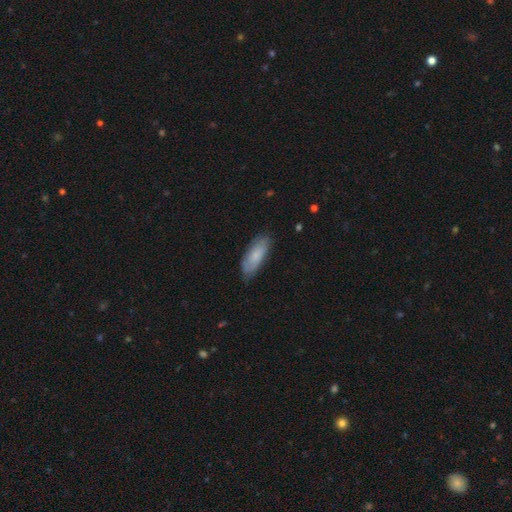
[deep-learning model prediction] smooth_or_featured: smooth (p=0.74) [alt: featured or disk p=0.20]
how_rounded: in between (p=0.72) [alt: cigar-shaped p=0.26]
merging: none (p=0.78) [alt: minor disturbance p=0.18]